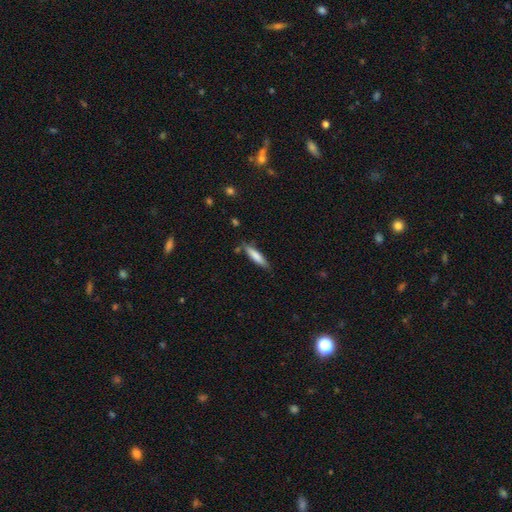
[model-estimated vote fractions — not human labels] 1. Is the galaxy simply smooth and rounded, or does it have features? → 77% smooth, 17% featured or disk, 6% star or artifact.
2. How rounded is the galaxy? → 81% cigar-shaped, 18% in between, 1% round.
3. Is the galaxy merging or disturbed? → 76% none, 17% minor disturbance, 3% merger, 3% major disturbance.